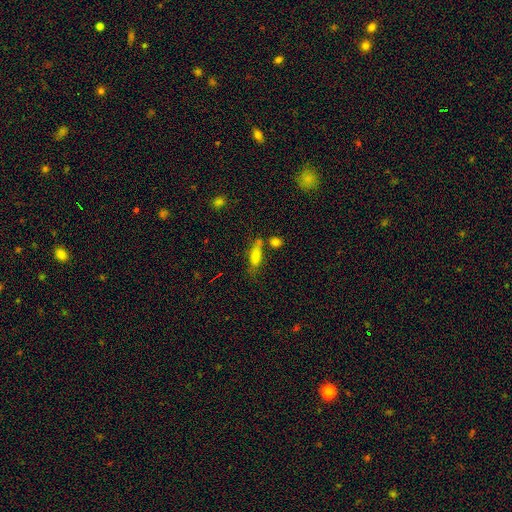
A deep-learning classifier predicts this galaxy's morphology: Smooth or featured? smooth (70%)
How rounded? in between (51%)
Merging? none (56%)